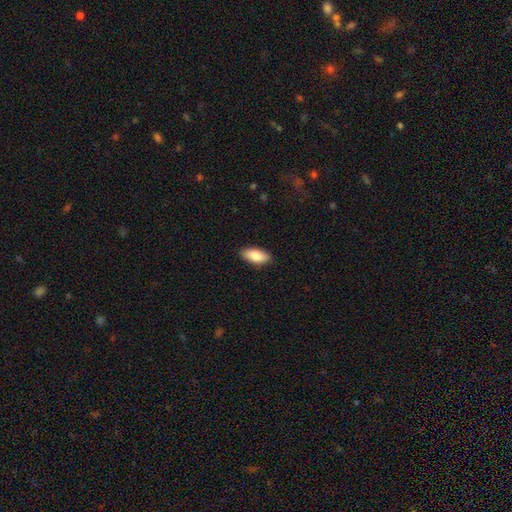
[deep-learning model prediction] Smooth or featured? smooth (83%)
How rounded? in between (86%)
Merging? none (89%)